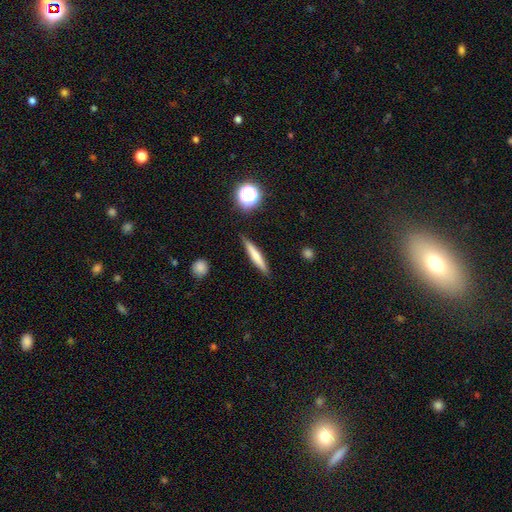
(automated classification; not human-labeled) Morphology: type=smooth (60%); roundness=cigar-shaped (93%); merging=none (87%).